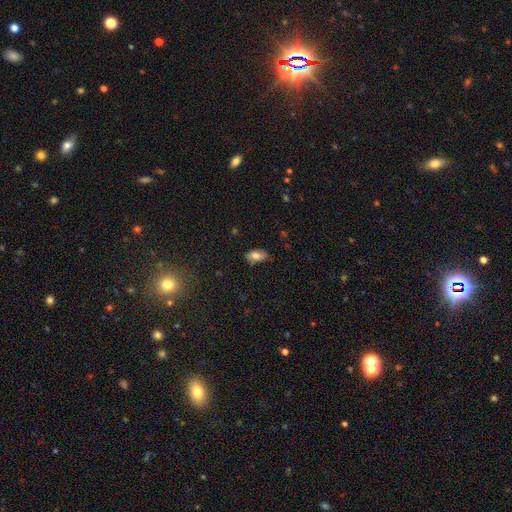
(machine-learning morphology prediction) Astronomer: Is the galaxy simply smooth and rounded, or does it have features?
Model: smooth — 72%.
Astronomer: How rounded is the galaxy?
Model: in between — 90%.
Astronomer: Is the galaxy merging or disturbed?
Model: none — 72%.